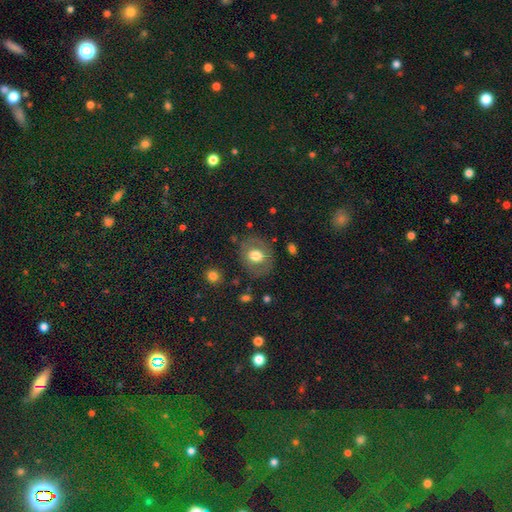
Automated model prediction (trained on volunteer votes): Q: Smooth or featured?
A: smooth (61%); runner-up: featured or disk (30%)
Q: How rounded?
A: round (66%); runner-up: in between (33%)
Q: Merging?
A: none (79%); runner-up: minor disturbance (13%)